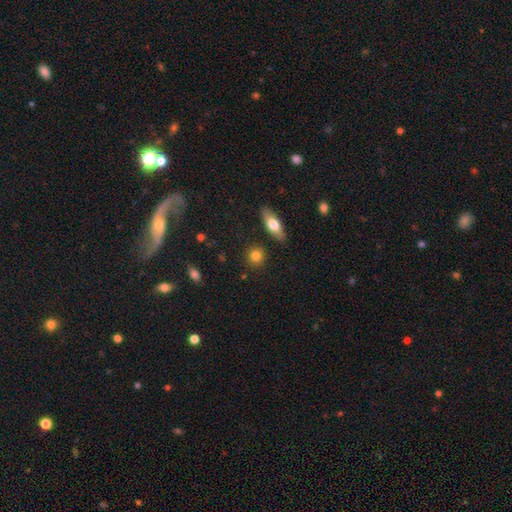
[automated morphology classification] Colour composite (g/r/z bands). It shows a smooth galaxy with no disk features (82%) that is round (83%). Merging: none (87%).